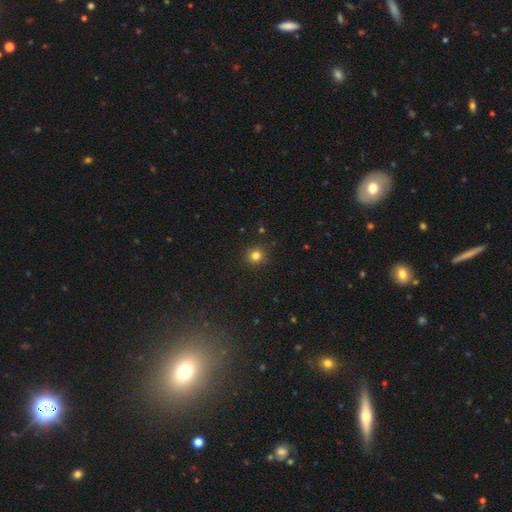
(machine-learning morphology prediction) Smooth or featured? Predicted: smooth (p=0.81). How rounded? Predicted: round (p=0.90). Merging? Predicted: none (p=0.90).